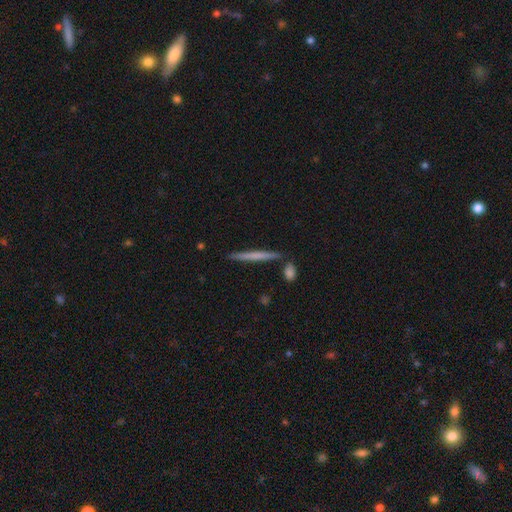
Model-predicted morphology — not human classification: Q: Smooth or featured?
A: smooth (55%); runner-up: featured or disk (40%)
Q: How rounded?
A: cigar-shaped (96%); runner-up: in between (2%)
Q: Merging?
A: none (86%); runner-up: minor disturbance (8%)